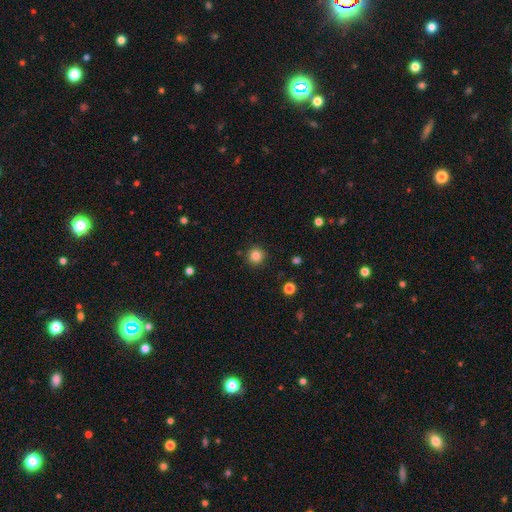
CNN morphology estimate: smooth_or_featured: smooth (p=0.84) [alt: star or artifact p=0.12]
how_rounded: round (p=0.95) [alt: in between p=0.04]
merging: none (p=0.90) [alt: minor disturbance p=0.06]